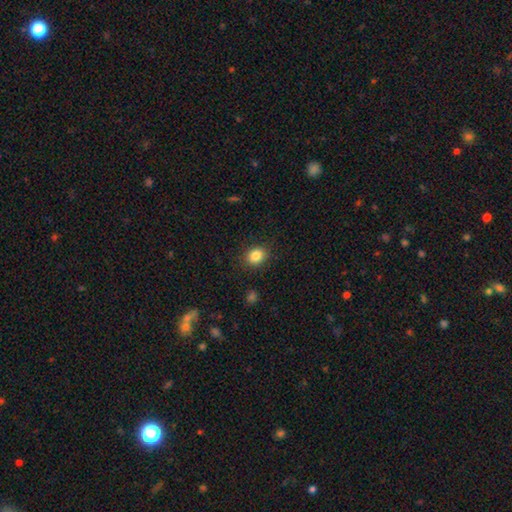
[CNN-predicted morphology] Smooth or featured? Predicted: smooth (p=0.85). How rounded? Predicted: round (p=0.58). Merging? Predicted: none (p=0.86).